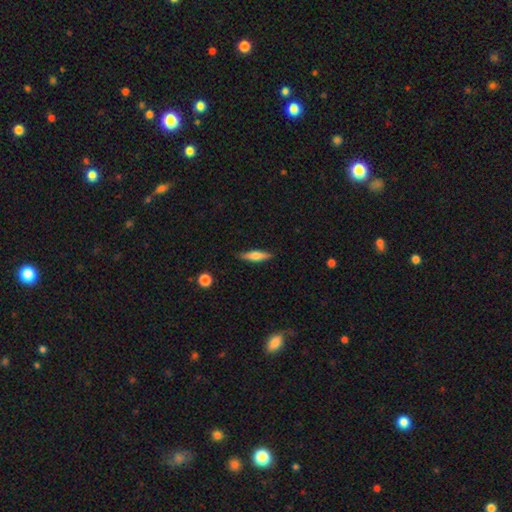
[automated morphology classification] Smooth or featured: smooth — 58% (featured or disk — 35%)
How rounded: cigar-shaped — 73% (in between — 25%)
Merging: none — 87% (minor disturbance — 10%)